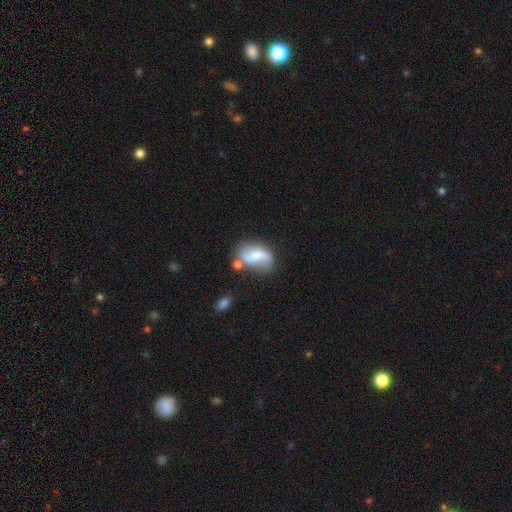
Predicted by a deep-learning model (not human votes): smooth_or_featured: featured or disk (p=0.54) [alt: smooth p=0.38]
disk_edge_on: no (p=0.94) [alt: yes p=0.06]
bar: weak (p=0.39) [alt: no p=0.37]
has_spiral_arms: yes (p=0.79) [alt: no p=0.21]
bulge_size: moderate (p=0.42) [alt: small p=0.32]
merging: none (p=0.50) [alt: minor disturbance p=0.22]